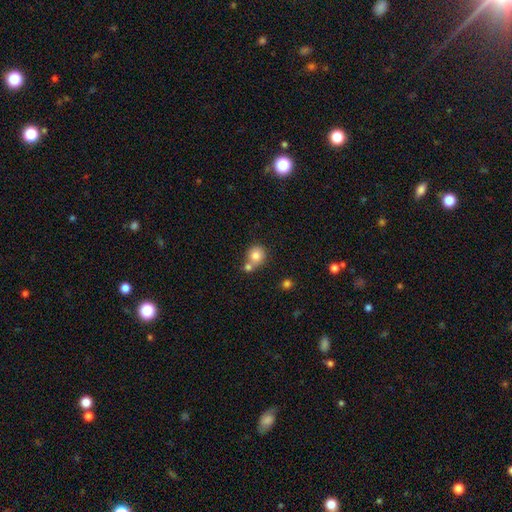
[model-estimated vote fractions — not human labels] Smooth or featured?
  - smooth: 80% *
  - star or artifact: 10%
  - featured or disk: 10%
How rounded?
  - round: 85% *
  - in between: 14%
  - cigar-shaped: 1%
Merging?
  - none: 48% *
  - merger: 40%
  - minor disturbance: 9%
  - major disturbance: 3%